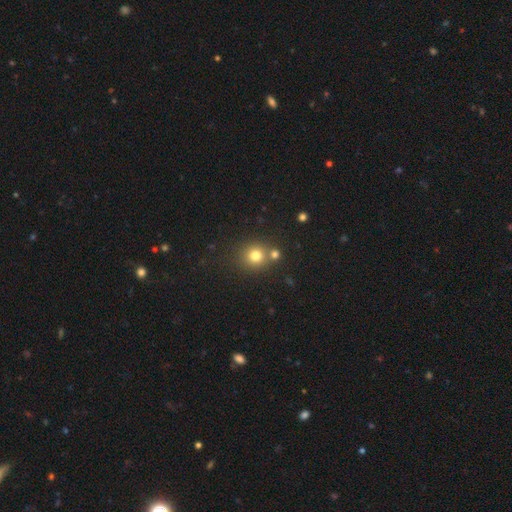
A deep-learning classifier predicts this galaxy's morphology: Smooth or featured?
  - smooth: 76% *
  - star or artifact: 15%
  - featured or disk: 8%
How rounded?
  - round: 88% *
  - in between: 11%
  - cigar-shaped: 1%
Merging?
  - none: 68% *
  - merger: 21%
  - minor disturbance: 8%
  - major disturbance: 3%